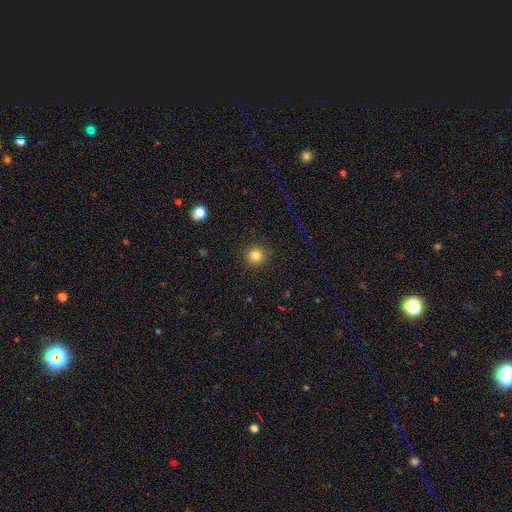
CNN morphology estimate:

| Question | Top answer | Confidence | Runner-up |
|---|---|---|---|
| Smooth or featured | smooth | 83% | star or artifact (12%) |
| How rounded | round | 94% | in between (5%) |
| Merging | none | 91% | minor disturbance (6%) |